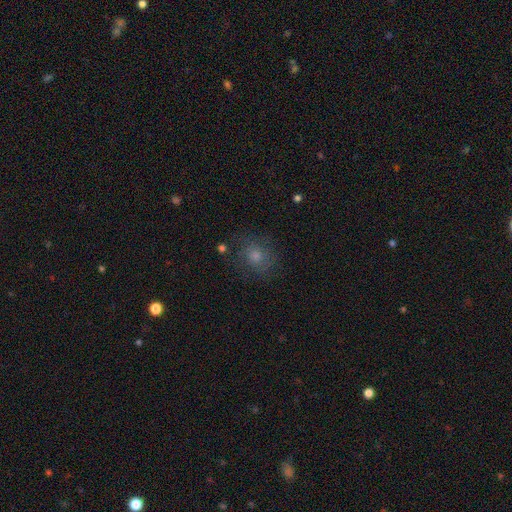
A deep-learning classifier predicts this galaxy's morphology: smooth 52%, star or artifact 26%, featured or disk 22%. Down the decision tree: how rounded — round (75%); merging — none (78%).